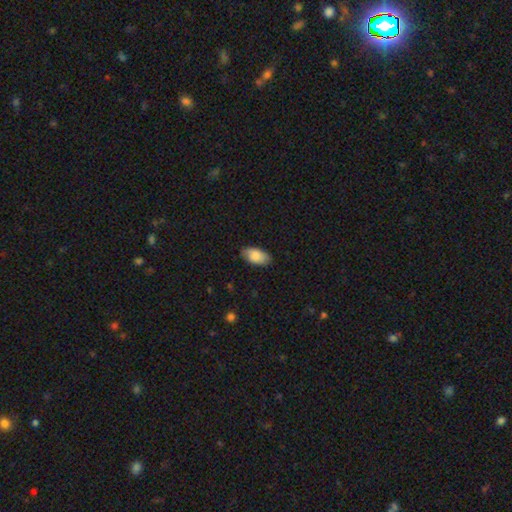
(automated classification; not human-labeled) smooth 84%, featured or disk 9%, star or artifact 6%. Down the decision tree: how rounded — in between (94%); merging — none (82%).